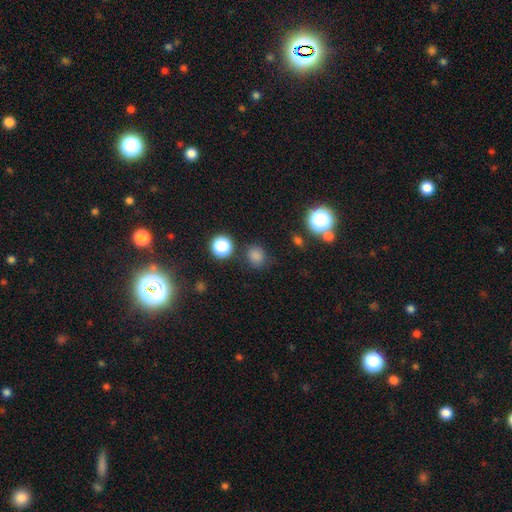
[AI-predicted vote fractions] Smooth or featured? smooth (78%)
How rounded? round (79%)
Merging? none (79%)